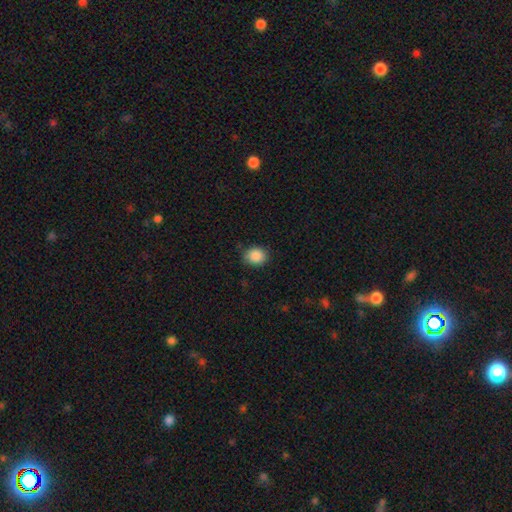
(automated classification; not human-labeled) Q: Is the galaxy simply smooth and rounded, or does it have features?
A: smooth — 88%.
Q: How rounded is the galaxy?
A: round — 68%.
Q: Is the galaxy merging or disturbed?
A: none — 81%.